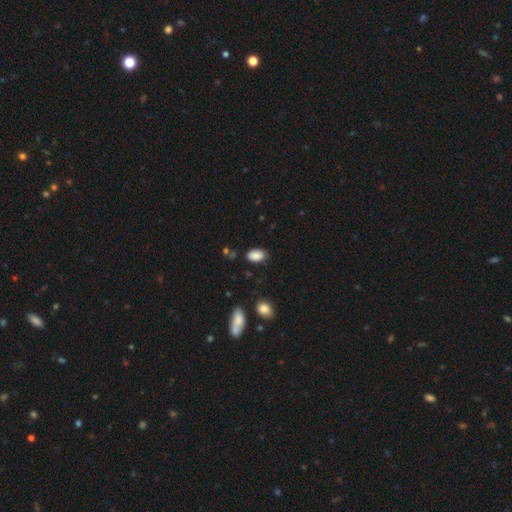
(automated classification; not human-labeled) smooth-or-featured: smooth: 88% | star or artifact: 8% | featured or disk: 4%
  how-rounded: in between: 93% | round: 6% | cigar-shaped: 2%
  merging: none: 80% | minor disturbance: 15% | major disturbance: 3% | merger: 2%